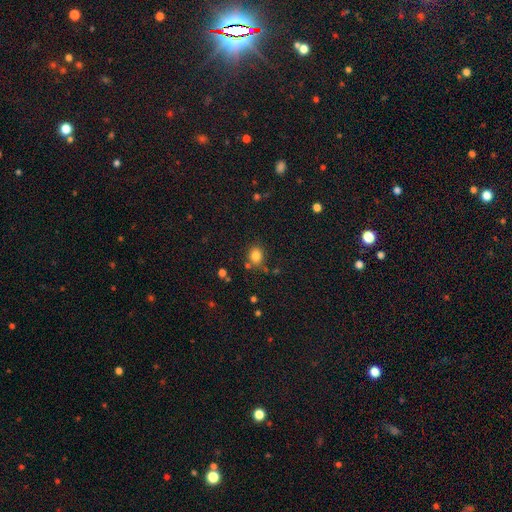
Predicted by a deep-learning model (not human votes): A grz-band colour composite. It shows a smooth galaxy with no disk features (82%) that is round (59%). Merging: none (74%).